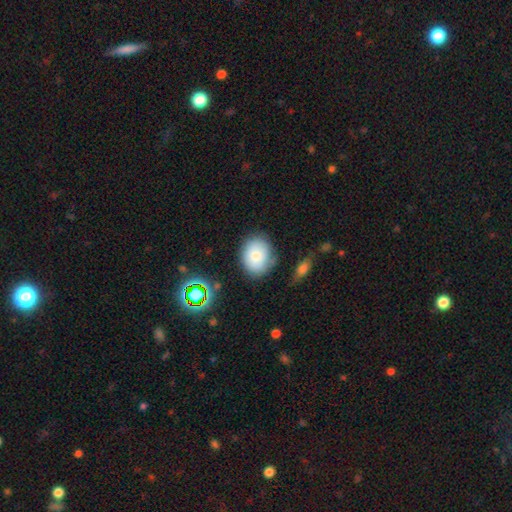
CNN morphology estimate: A smooth galaxy with no disk features (78%) that is in between round and cigar-shaped (51%). Merging: none (74%).